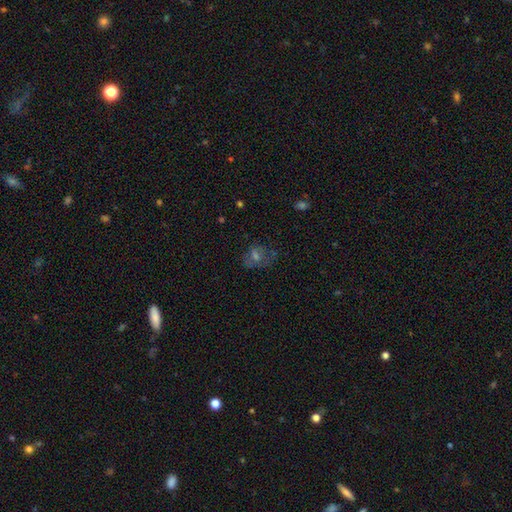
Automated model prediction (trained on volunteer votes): Smooth or featured?
  - smooth: 39% *
  - featured or disk: 34%
  - star or artifact: 26%
Merging?
  - none: 58% *
  - minor disturbance: 21%
  - major disturbance: 18%
  - merger: 3%